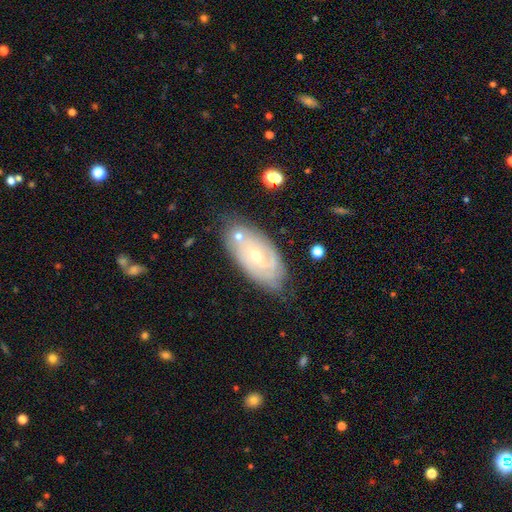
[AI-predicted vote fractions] featured or disk 73%, smooth 20%, star or artifact 7%. Down the decision tree: edge-on disk — no (92%); bar — no (53%); spiral arms — yes (84%); spiral arm count — can't tell (46%); spiral winding — tight (65%); bulge size — small (60%); merging — none (68%).